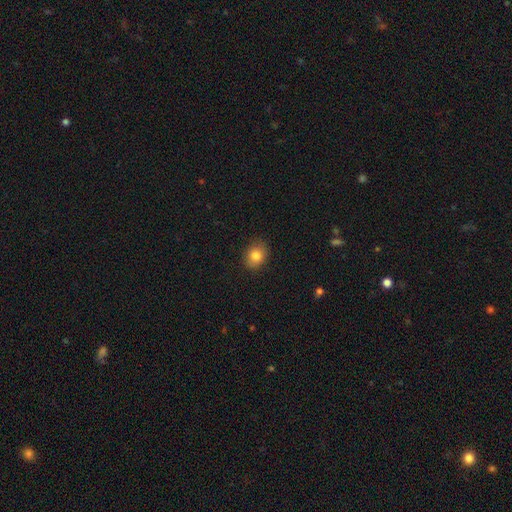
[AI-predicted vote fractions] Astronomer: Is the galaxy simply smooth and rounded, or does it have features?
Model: smooth — 84%.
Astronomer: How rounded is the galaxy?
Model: round — 58% (runner-up: in between, 41%).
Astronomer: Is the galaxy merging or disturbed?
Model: none — 84%.